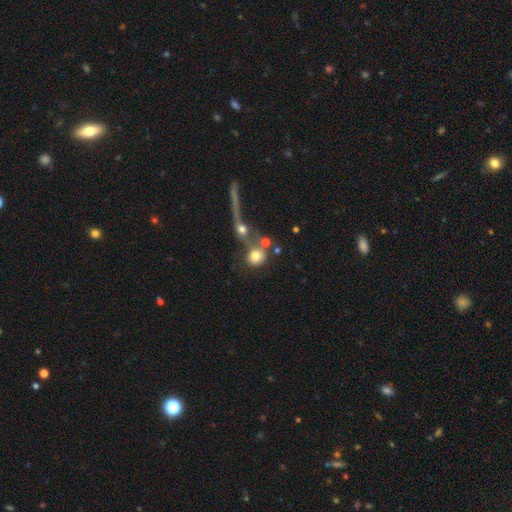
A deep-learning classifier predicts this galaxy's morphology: smooth-or-featured: smooth: 71% | featured or disk: 17% | star or artifact: 12%
  how-rounded: round: 77% | in between: 21% | cigar-shaped: 3%
  merging: merger: 46% | none: 32% | major disturbance: 12% | minor disturbance: 9%